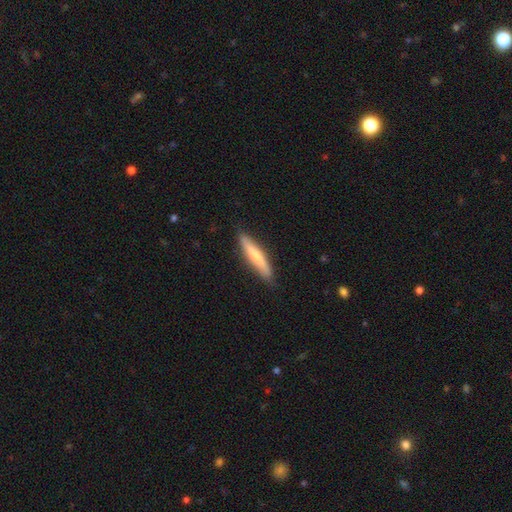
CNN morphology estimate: A smooth galaxy with no disk features (65%) that is cigar-shaped (89%). Merging: none (86%).